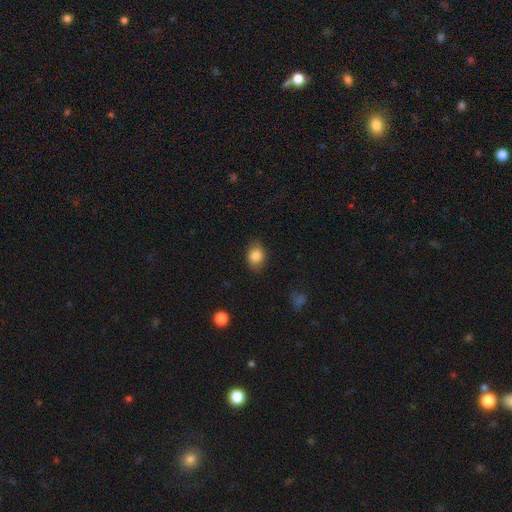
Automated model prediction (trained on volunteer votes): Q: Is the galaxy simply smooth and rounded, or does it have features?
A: smooth — 85%.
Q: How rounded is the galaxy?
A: in between — 72%.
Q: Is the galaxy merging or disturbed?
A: none — 83%.